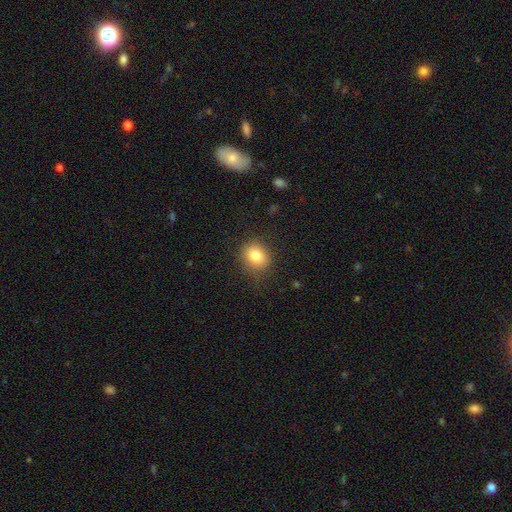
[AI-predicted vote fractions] Smooth or featured? Predicted: smooth (p=0.81). How rounded? Predicted: round (p=0.67). Merging? Predicted: none (p=0.83).